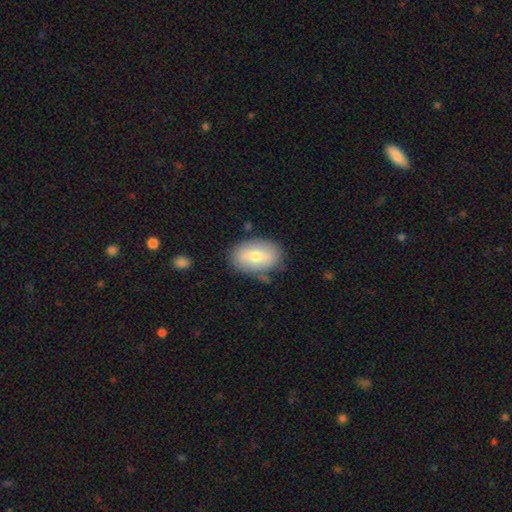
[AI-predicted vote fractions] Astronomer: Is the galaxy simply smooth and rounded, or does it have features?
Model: smooth — 65%.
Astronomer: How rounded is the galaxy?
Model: in between — 88%.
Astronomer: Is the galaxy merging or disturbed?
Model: none — 80%.